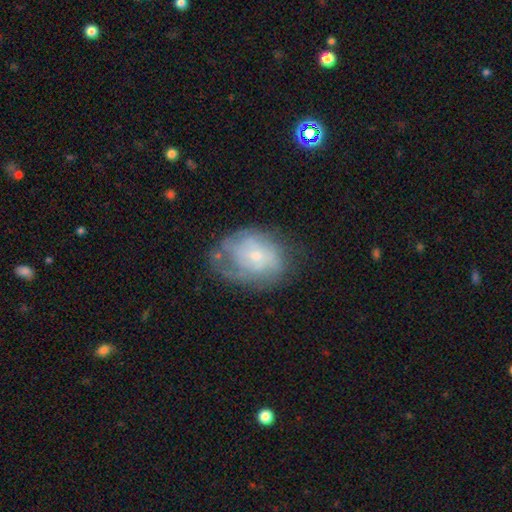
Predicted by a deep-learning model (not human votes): This is likely a featured or disk galaxy (61%). It is clearly not viewed edge-on (97%). Bar: likely no (75%). Spiral arm pattern: likely yes (72%). Central bulge: likely small (64%). Merging: possibly none (54%).